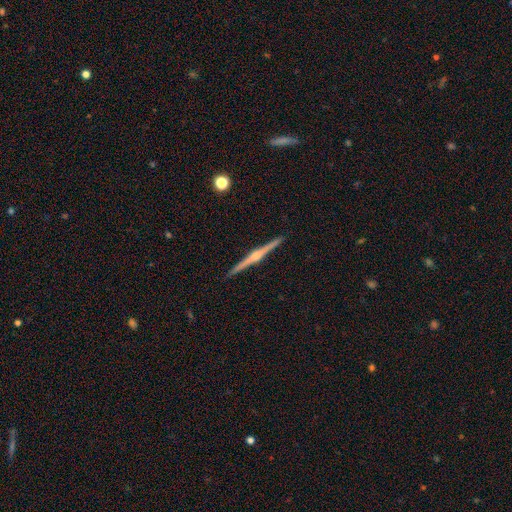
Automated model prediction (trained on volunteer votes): featured or disk 79%, smooth 14%, star or artifact 7%. Down the decision tree: edge-on disk — yes (98%); edge-on bulge — rounded (81%); merging — none (90%).